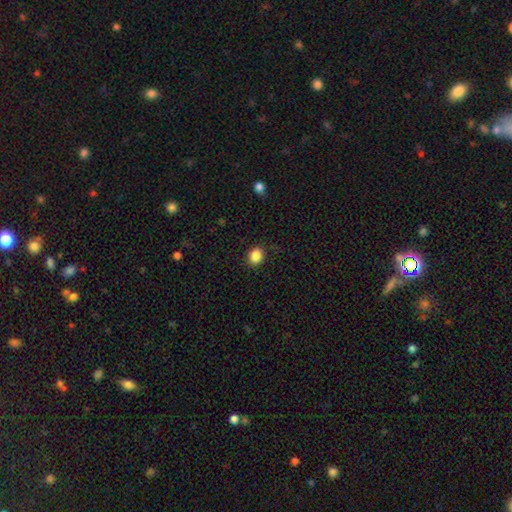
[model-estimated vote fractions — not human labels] A smooth galaxy with no disk features (86%) that is round (65%). Merging: none (87%).